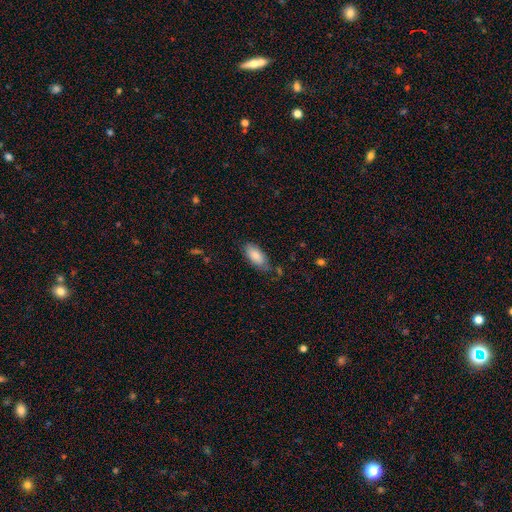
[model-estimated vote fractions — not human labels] Q: Smooth or featured?
A: smooth (85%); runner-up: featured or disk (8%)
Q: How rounded?
A: in between (90%); runner-up: cigar-shaped (8%)
Q: Merging?
A: none (71%); runner-up: minor disturbance (21%)